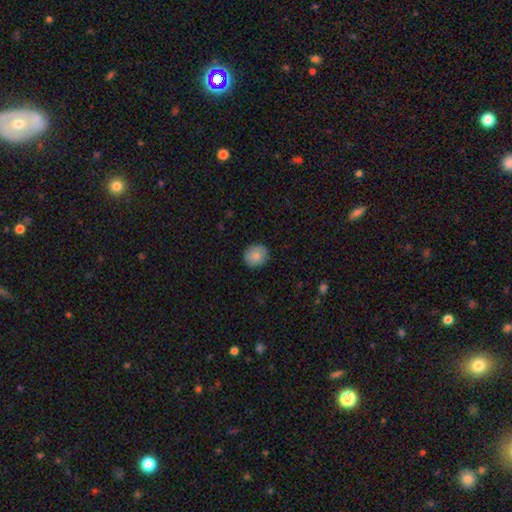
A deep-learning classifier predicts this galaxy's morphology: type=smooth (84%); roundness=round (80%); merging=none (87%).